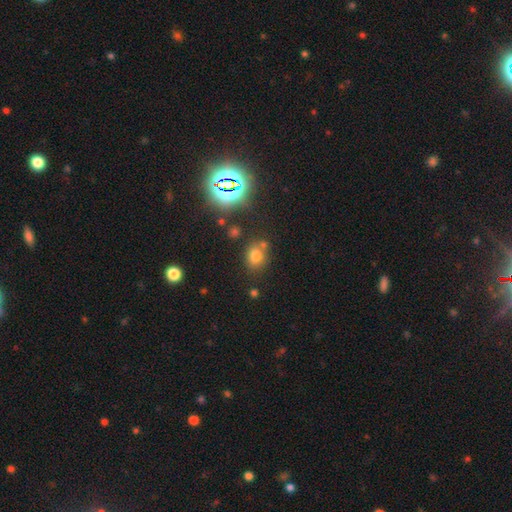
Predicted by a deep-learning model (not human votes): A smooth galaxy with no disk features (70%) that is round (51%).

Vote fractions:
- Smooth or featured? smooth: 70% / star or artifact: 21% / featured or disk: 9%
- How rounded? round: 51% / in between: 47% / cigar-shaped: 1%
- Merging? none: 68% / merger: 15% / minor disturbance: 13% / major disturbance: 4%